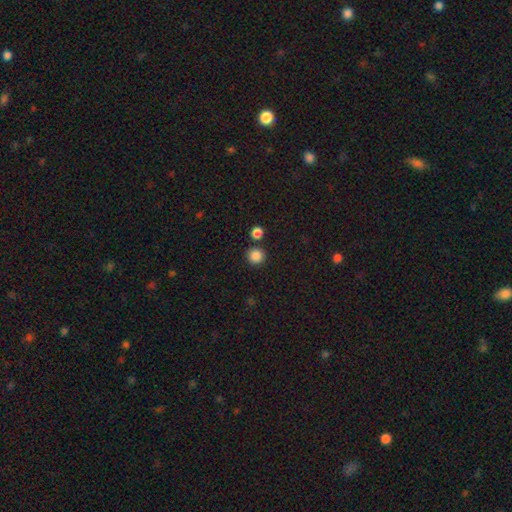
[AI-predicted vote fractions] smooth-or-featured: smooth: 86% | star or artifact: 10% | featured or disk: 3%
  how-rounded: round: 93% | in between: 6% | cigar-shaped: 1%
  merging: none: 81% | merger: 10% | minor disturbance: 7% | major disturbance: 2%